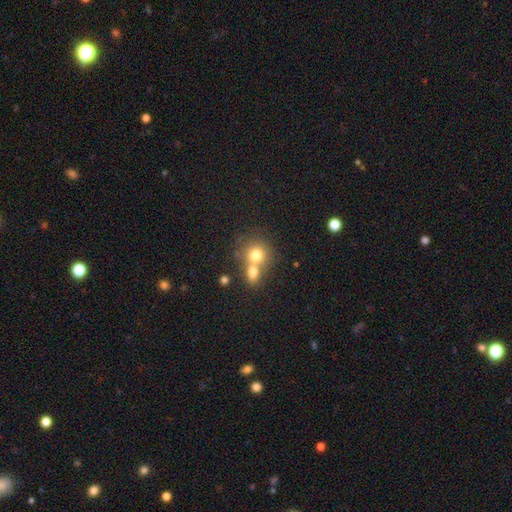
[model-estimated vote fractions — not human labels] A smooth galaxy with no disk features (74%) that is round (78%). Merging: merger (58%).